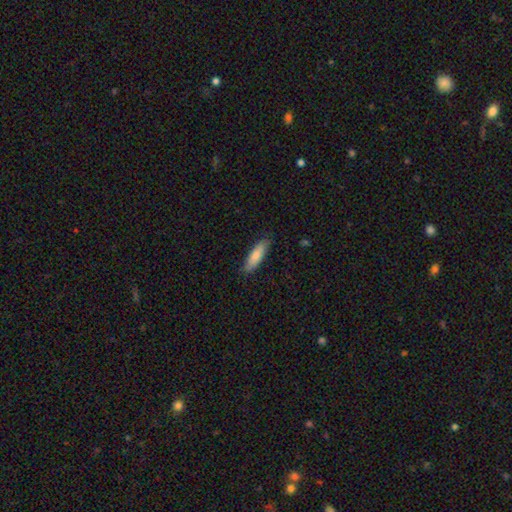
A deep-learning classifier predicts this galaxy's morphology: Smooth or featured: smooth — 80% (featured or disk — 14%)
How rounded: cigar-shaped — 58% (in between — 40%)
Merging: none — 84% (minor disturbance — 13%)